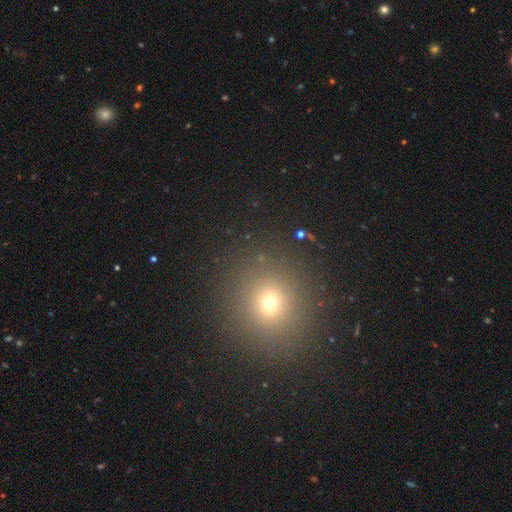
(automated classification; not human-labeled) The model was most divided on "smooth or featured": smooth: 64%, star or artifact: 29%, featured or disk: 7%. More confident: merging — none (92%); how rounded — round (89%).